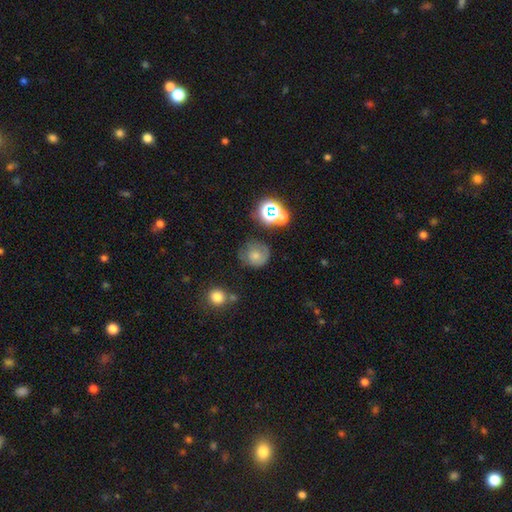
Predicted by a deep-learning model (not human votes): Q: Smooth or featured?
A: smooth (62%); runner-up: featured or disk (24%)
Q: How rounded?
A: round (85%); runner-up: in between (14%)
Q: Merging?
A: none (57%); runner-up: minor disturbance (25%)